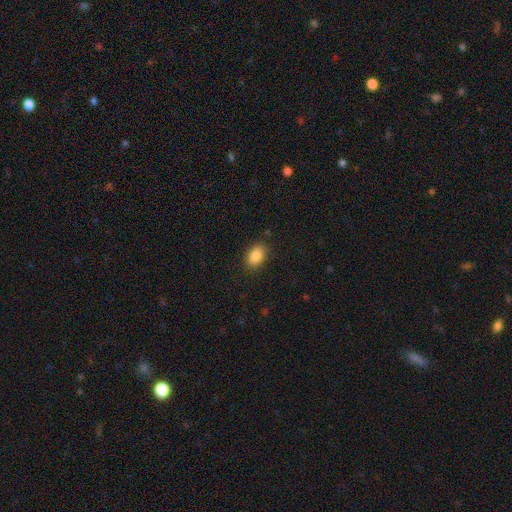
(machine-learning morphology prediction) Q: Smooth or featured?
A: smooth (87%); runner-up: star or artifact (9%)
Q: How rounded?
A: in between (85%); runner-up: round (13%)
Q: Merging?
A: none (86%); runner-up: minor disturbance (10%)